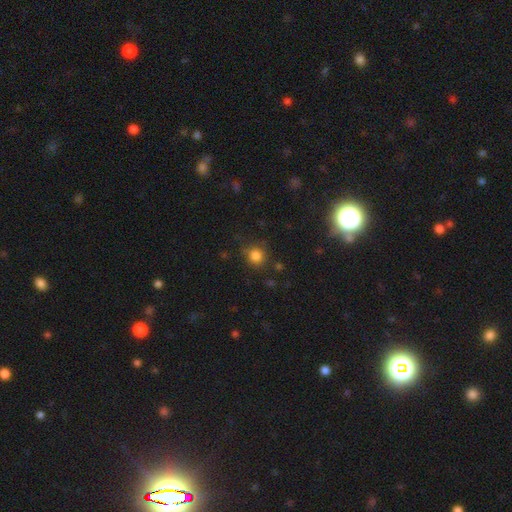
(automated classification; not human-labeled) This appears to be a smooth galaxy with no disk features (82%) that is round (90%). Merging: none (79%).